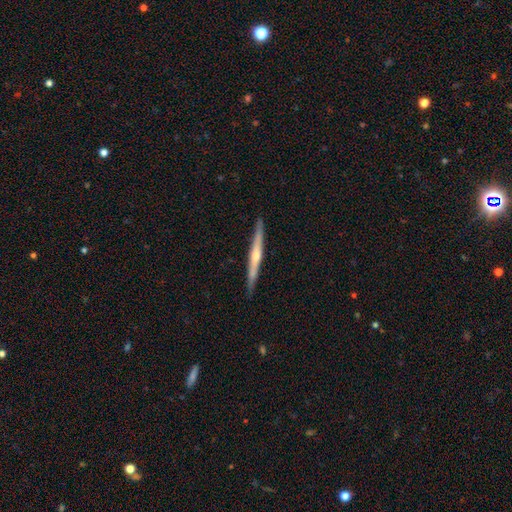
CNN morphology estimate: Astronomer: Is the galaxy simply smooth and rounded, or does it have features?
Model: featured or disk — 76%.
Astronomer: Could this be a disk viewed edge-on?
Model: yes — 98%.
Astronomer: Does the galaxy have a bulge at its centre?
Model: rounded — 80%.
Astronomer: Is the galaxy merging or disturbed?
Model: none — 91%.